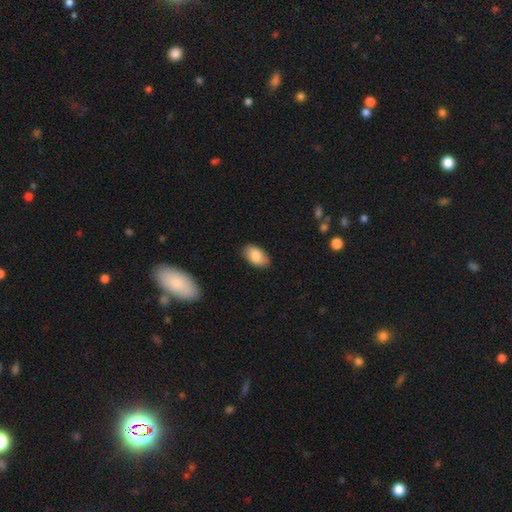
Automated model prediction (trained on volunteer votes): The model was most divided on "smooth or featured": smooth: 83%, featured or disk: 10%, star or artifact: 7%. More confident: how rounded — in between (94%); merging — none (85%).